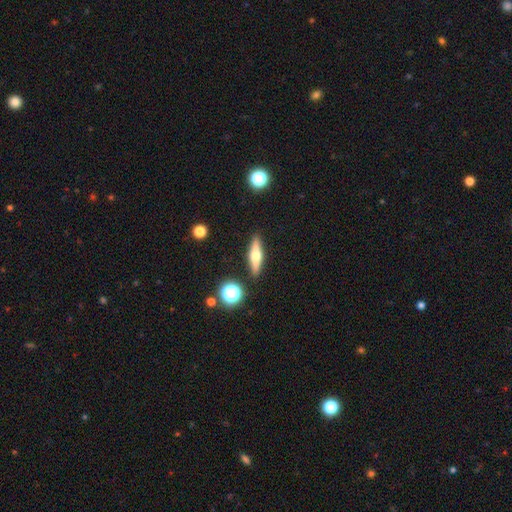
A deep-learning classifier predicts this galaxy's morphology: This appears to be a featured or disk galaxy (52%) viewed edge-on (93%). Merging: none (88%).